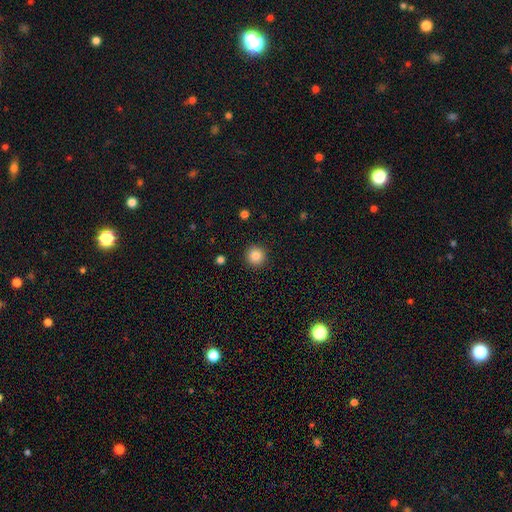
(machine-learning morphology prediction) Smooth or featured?
  - smooth: 85% *
  - star or artifact: 10%
  - featured or disk: 5%
How rounded?
  - round: 96% *
  - in between: 3%
  - cigar-shaped: 1%
Merging?
  - none: 92% *
  - minor disturbance: 5%
  - major disturbance: 2%
  - merger: 1%